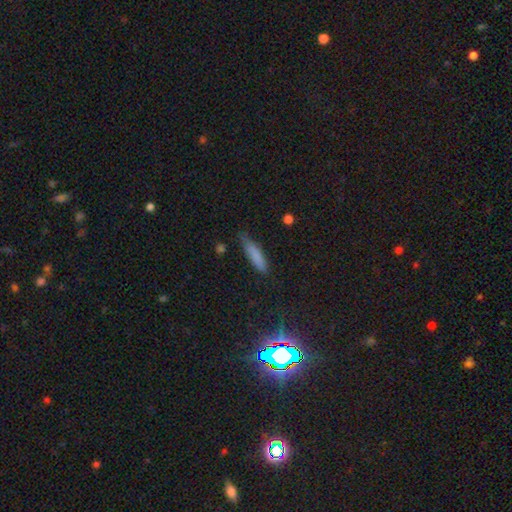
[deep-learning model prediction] Smooth or featured? smooth (78%)
How rounded? cigar-shaped (78%)
Merging? none (67%)